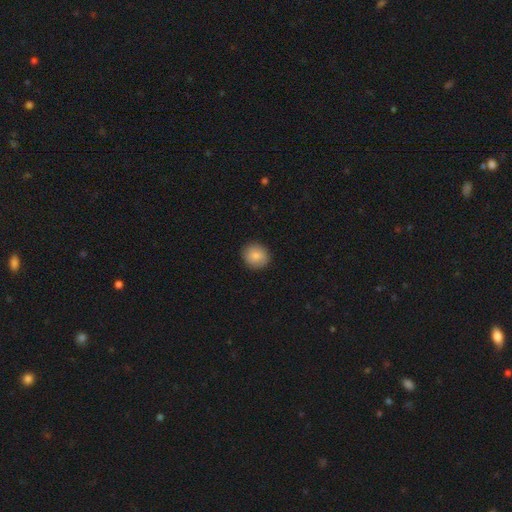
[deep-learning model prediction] Smooth or featured? Predicted: smooth (p=0.82). How rounded? Predicted: round (p=0.87). Merging? Predicted: none (p=0.89).